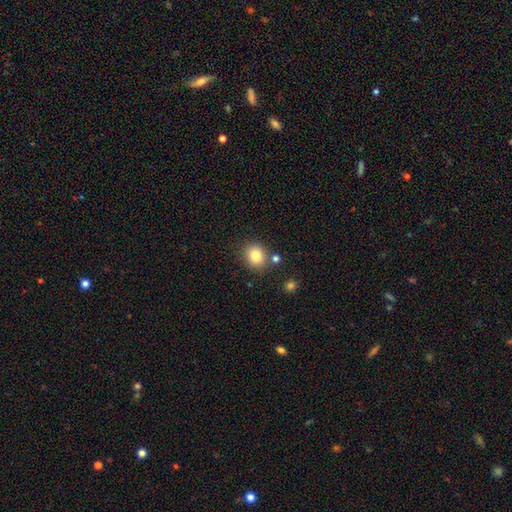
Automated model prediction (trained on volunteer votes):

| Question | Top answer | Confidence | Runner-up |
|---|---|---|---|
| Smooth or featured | smooth | 82% | star or artifact (11%) |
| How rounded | round | 74% | in between (25%) |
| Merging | none | 79% | minor disturbance (9%) |